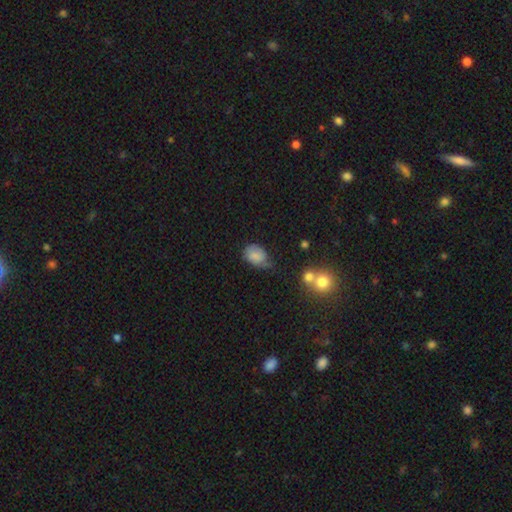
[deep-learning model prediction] Q: Smooth or featured?
A: smooth (74%); runner-up: featured or disk (17%)
Q: How rounded?
A: in between (71%); runner-up: round (28%)
Q: Merging?
A: minor disturbance (41%); runner-up: none (38%)